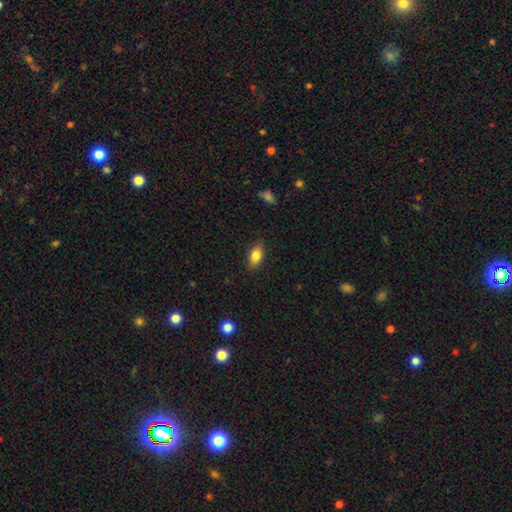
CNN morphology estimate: smooth 84%, featured or disk 9%, star or artifact 8%. Down the decision tree: how rounded — in between (87%); merging — none (85%).